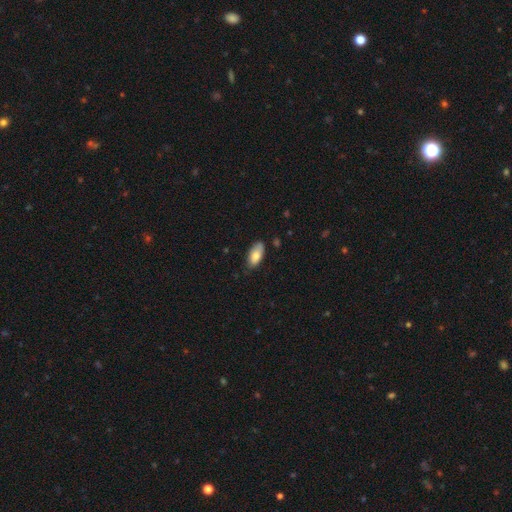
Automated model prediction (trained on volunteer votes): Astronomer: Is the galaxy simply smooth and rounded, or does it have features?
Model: smooth — 79%.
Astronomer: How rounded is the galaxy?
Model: in between — 90%.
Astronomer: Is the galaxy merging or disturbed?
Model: none — 73%.